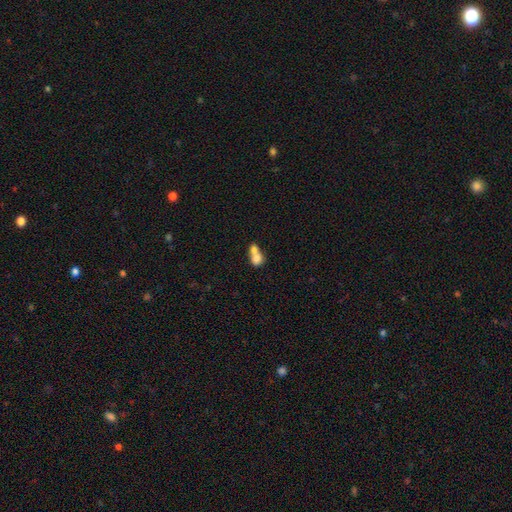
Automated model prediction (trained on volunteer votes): Morphology: type=smooth (73%); roundness=in between (54%); merging=merger (73%).